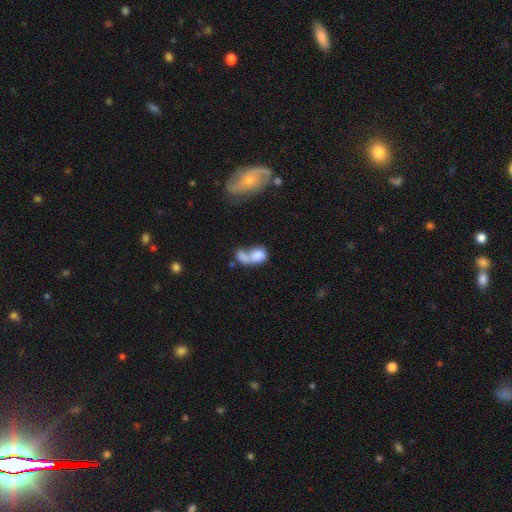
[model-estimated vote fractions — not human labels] The model was most divided on "how rounded": in between: 67%, round: 30%, cigar-shaped: 2%. More confident: smooth or featured — smooth (76%); merging — merger (70%).